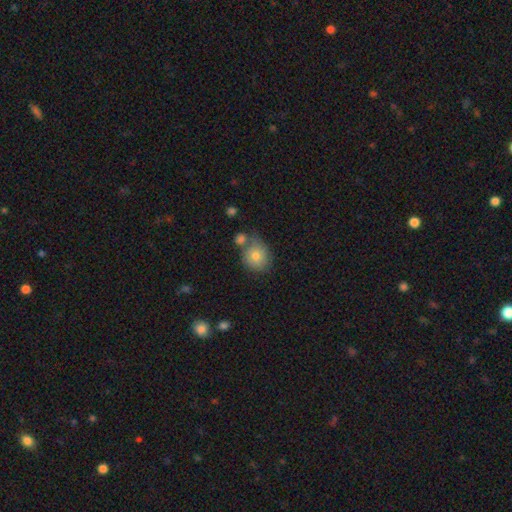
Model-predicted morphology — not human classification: Smooth or featured: smooth — 77% (featured or disk — 14%)
How rounded: round — 78% (in between — 21%)
Merging: none — 53% (merger — 25%)